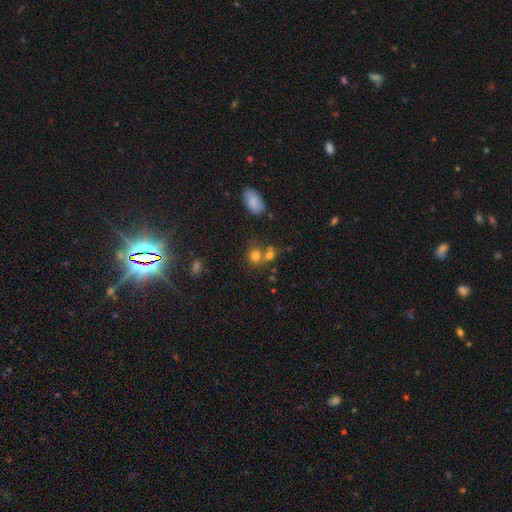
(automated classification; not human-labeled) smooth_or_featured: smooth (p=0.75) [alt: star or artifact p=0.15]
how_rounded: round (p=0.74) [alt: in between p=0.25]
merging: none (p=0.48) [alt: merger p=0.38]